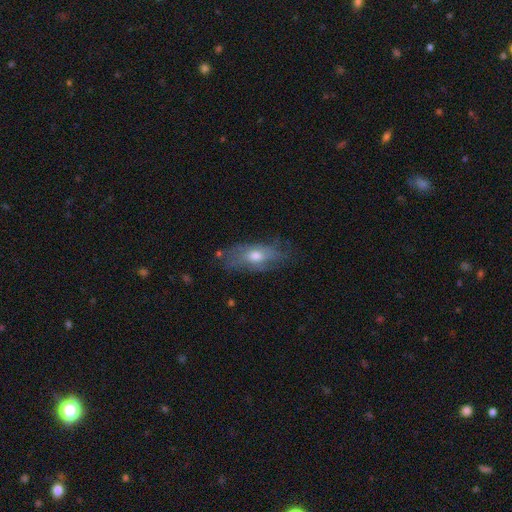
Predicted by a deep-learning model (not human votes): Q: Smooth or featured?
A: smooth (49%); runner-up: featured or disk (44%)
Q: Merging?
A: none (65%); runner-up: minor disturbance (24%)